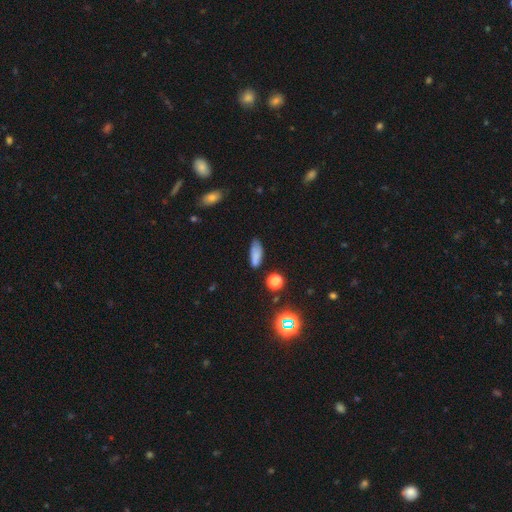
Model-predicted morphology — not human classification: Smooth or featured? Predicted: smooth (p=0.75). How rounded? Predicted: in between (p=0.71). Merging? Predicted: none (p=0.59).